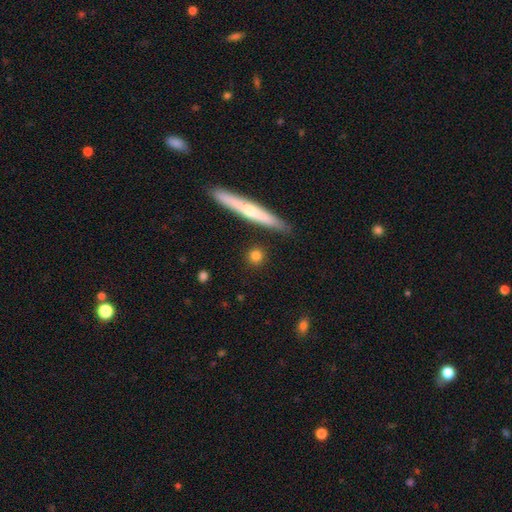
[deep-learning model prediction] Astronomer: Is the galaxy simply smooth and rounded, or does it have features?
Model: smooth — 78%.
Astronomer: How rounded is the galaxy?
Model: round — 75%.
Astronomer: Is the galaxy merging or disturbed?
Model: none — 88%.